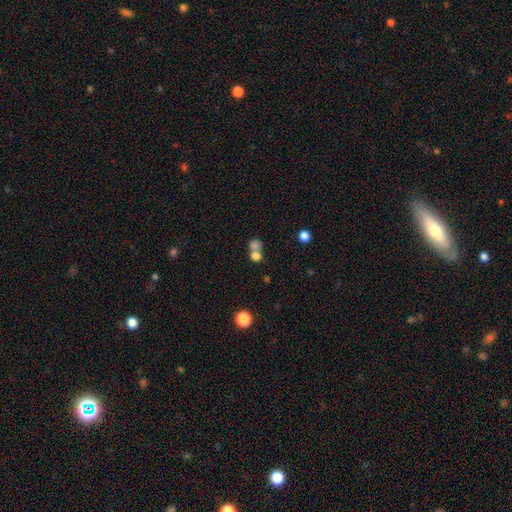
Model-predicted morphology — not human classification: Overall: smooth (75%). How rounded: round (68%; in between 31%). Merging: merger (59%; none 30%).